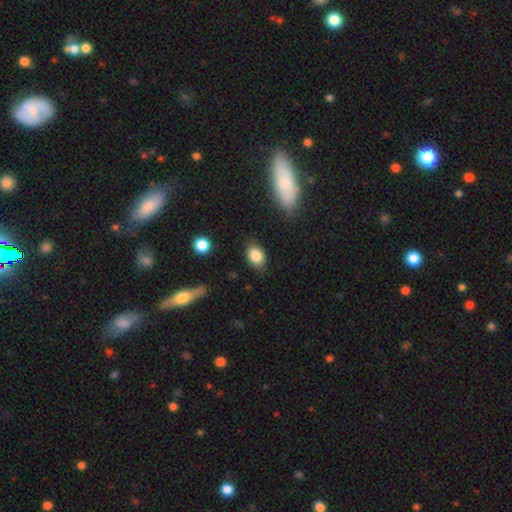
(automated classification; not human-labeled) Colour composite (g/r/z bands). It shows a smooth galaxy with no disk features (83%) that is in between round and cigar-shaped (76%). Merging: none (78%).